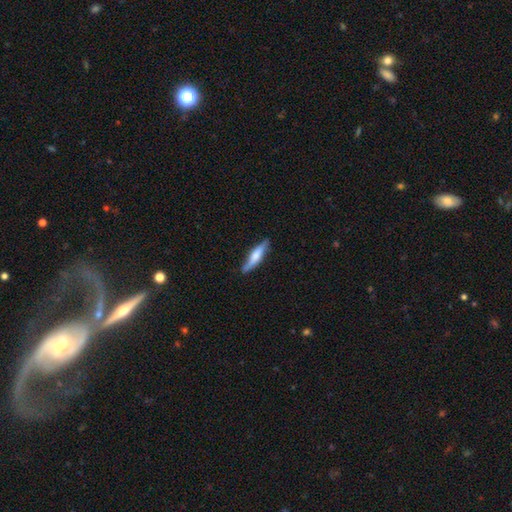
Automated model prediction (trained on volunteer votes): The model was most divided on "smooth or featured": smooth: 53%, featured or disk: 42%, star or artifact: 5%. More confident: merging — none (82%); how rounded — cigar-shaped (79%).